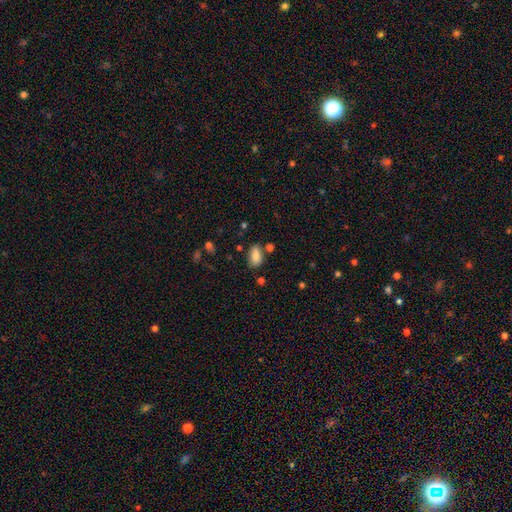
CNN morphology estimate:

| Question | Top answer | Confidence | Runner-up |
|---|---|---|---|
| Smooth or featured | smooth | 84% | star or artifact (8%) |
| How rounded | in between | 91% | round (5%) |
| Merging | none | 73% | minor disturbance (16%) |